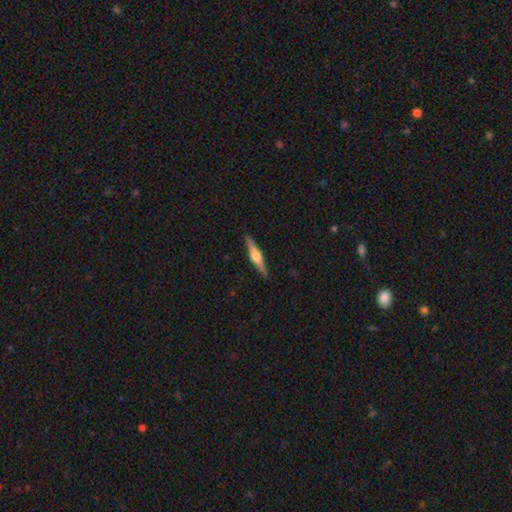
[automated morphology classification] Overall: featured or disk (65%; smooth 30%). Edge-on disk: yes (97%). Edge-on bulge: rounded (90%). Merging: none (91%).